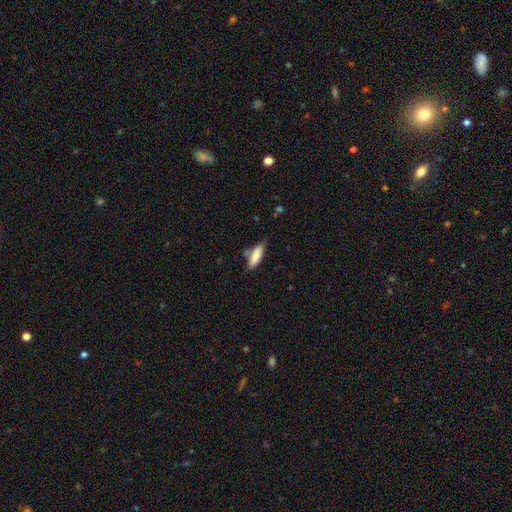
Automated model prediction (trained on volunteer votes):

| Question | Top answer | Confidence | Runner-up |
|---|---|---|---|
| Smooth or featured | smooth | 79% | featured or disk (14%) |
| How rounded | cigar-shaped | 53% | in between (46%) |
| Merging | none | 59% | minor disturbance (25%) |